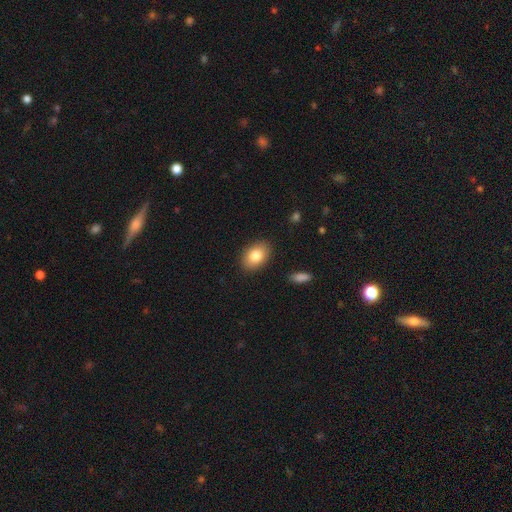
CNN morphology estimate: smooth-or-featured: smooth: 81% | featured or disk: 12% | star or artifact: 8%
  how-rounded: in between: 82% | round: 17% | cigar-shaped: 1%
  merging: none: 88% | minor disturbance: 9% | major disturbance: 2% | merger: 1%